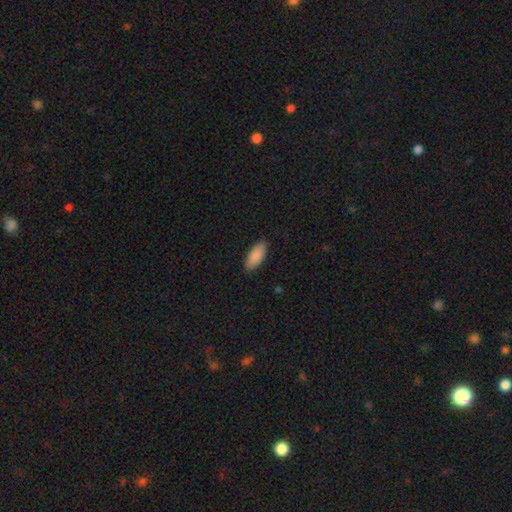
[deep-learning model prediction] The model was most divided on "how rounded": in between: 85%, cigar-shaped: 13%, round: 2%. More confident: smooth or featured — smooth (90%); merging — none (88%).